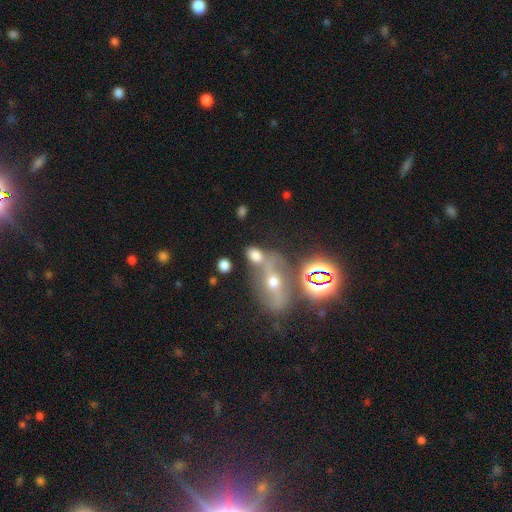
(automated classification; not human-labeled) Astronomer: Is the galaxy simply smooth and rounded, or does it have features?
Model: smooth — 58%.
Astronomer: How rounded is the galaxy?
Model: in between — 77%.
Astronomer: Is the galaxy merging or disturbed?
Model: none — 44% (runner-up: merger, 36%).